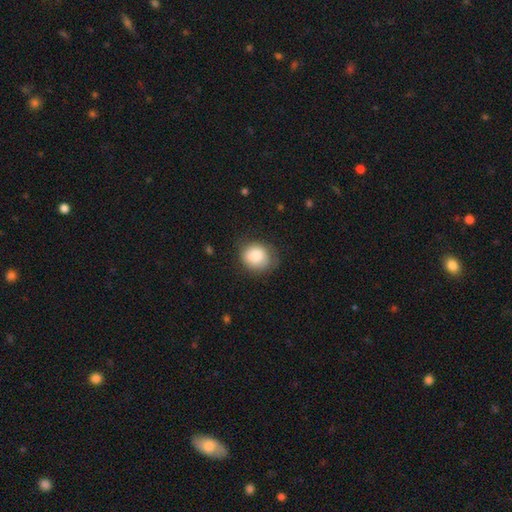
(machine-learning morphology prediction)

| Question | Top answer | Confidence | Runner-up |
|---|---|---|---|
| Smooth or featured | smooth | 82% | featured or disk (10%) |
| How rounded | round | 71% | in between (28%) |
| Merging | none | 69% | minor disturbance (22%) |